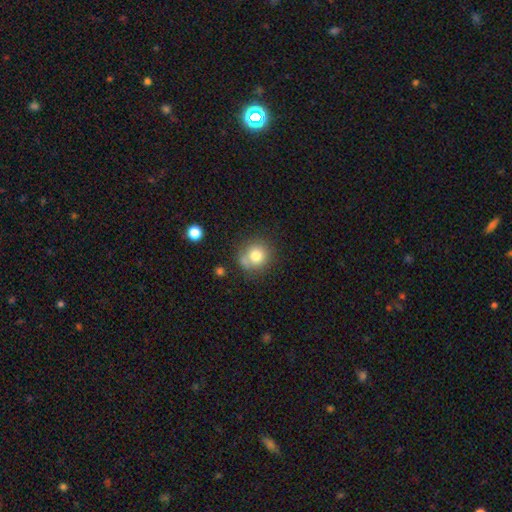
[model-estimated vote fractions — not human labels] A smooth galaxy with no disk features (78%) that is round (88%).

Vote fractions:
- Smooth or featured? smooth: 78% / featured or disk: 11% / star or artifact: 11%
- How rounded? round: 88% / in between: 11% / cigar-shaped: 1%
- Merging? none: 65% / minor disturbance: 18% / merger: 11% / major disturbance: 6%